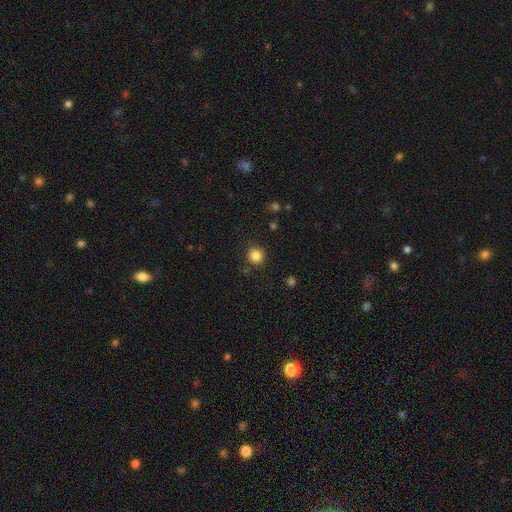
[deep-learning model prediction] smooth_or_featured: smooth (p=0.84) [alt: star or artifact p=0.12]
how_rounded: round (p=0.93) [alt: in between p=0.06]
merging: none (p=0.88) [alt: minor disturbance p=0.07]